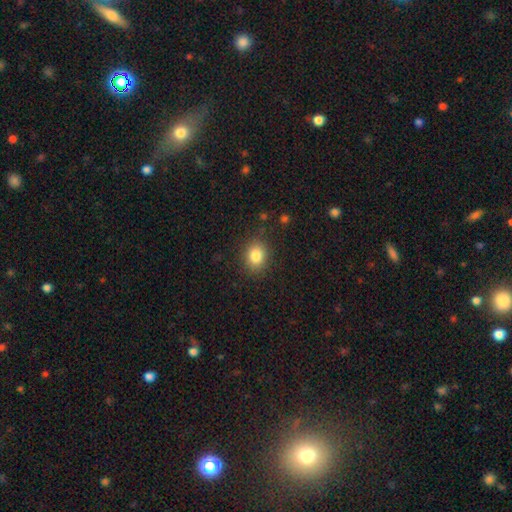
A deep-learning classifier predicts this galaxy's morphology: smooth_or_featured: smooth (p=0.83) [alt: star or artifact p=0.10]
how_rounded: round (p=0.57) [alt: in between p=0.42]
merging: none (p=0.85) [alt: minor disturbance p=0.10]